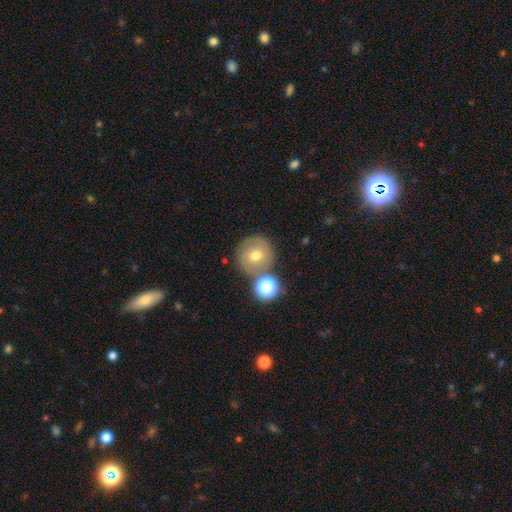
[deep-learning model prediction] Overall: smooth (61%; featured or disk 25%). How rounded: round (93%). Merging: none (69%).